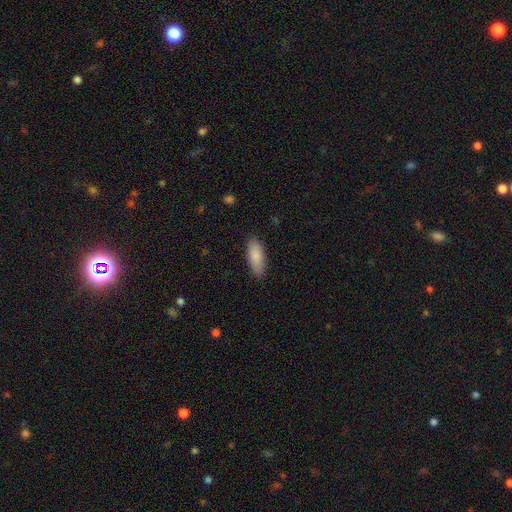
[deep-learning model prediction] A smooth galaxy with no disk features (87%) that is in between round and cigar-shaped (74%).

Vote fractions:
- Smooth or featured? smooth: 87% / featured or disk: 7% / star or artifact: 6%
- How rounded? in between: 74% / cigar-shaped: 24% / round: 2%
- Merging? none: 85% / minor disturbance: 11% / major disturbance: 2% / merger: 1%